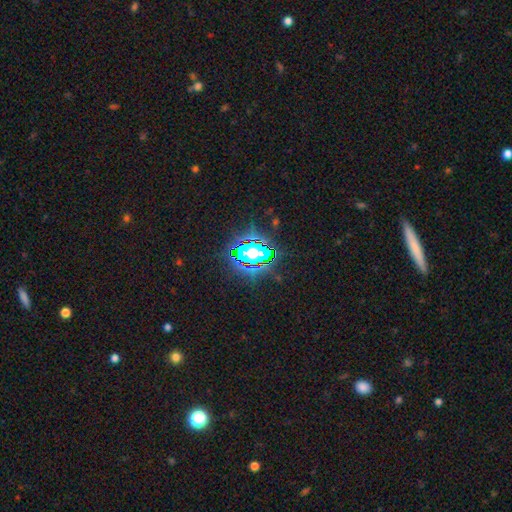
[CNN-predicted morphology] This is likely a star or artifact rather than a galaxy (79%).